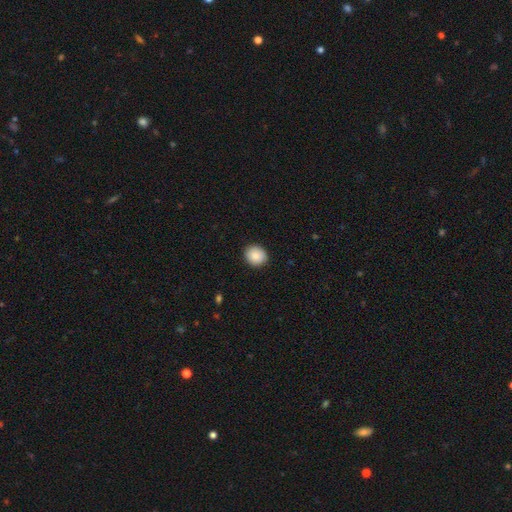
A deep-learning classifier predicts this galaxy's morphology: This appears to be a smooth galaxy with no disk features (88%) that is round (78%). Merging: none (90%).